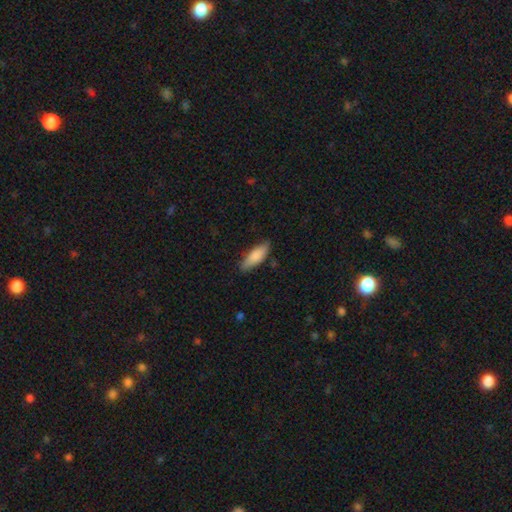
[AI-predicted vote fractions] smooth-or-featured: smooth: 83% | featured or disk: 12% | star or artifact: 6%
  how-rounded: in between: 61% | cigar-shaped: 37% | round: 2%
  merging: none: 80% | minor disturbance: 16% | major disturbance: 3% | merger: 1%